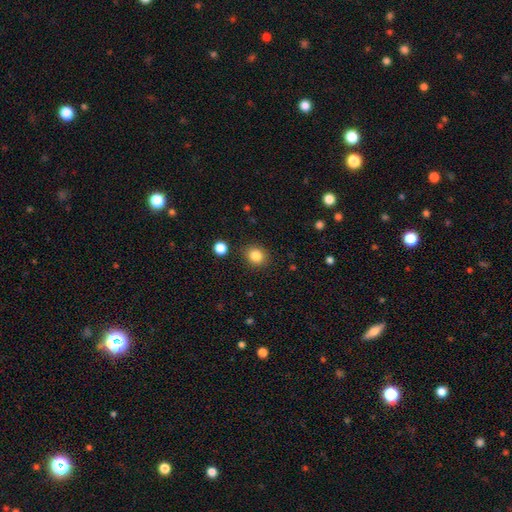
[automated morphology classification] Overall: smooth (85%). How rounded: round (76%). Merging: none (87%).